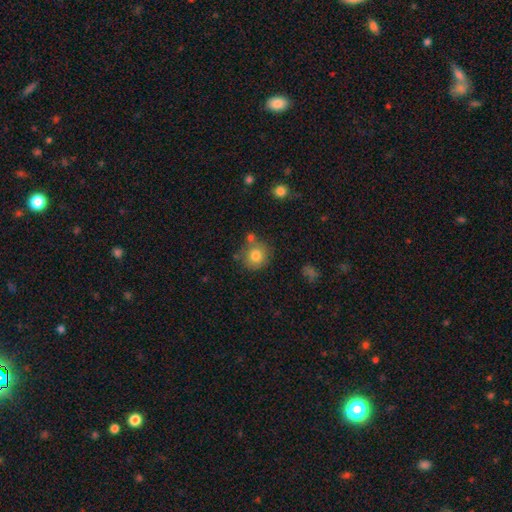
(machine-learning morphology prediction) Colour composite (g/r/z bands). It shows a smooth galaxy with no disk features (80%) that is round (89%). Merging: none (68%).